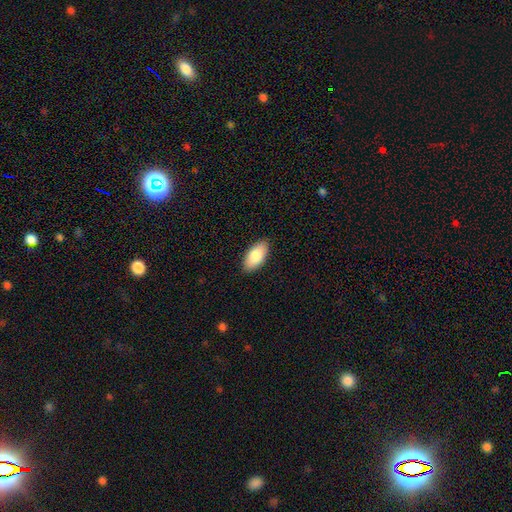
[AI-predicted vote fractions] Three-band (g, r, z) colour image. It shows a smooth galaxy with no disk features (83%) that is in between round and cigar-shaped (94%). Merging: none (88%).